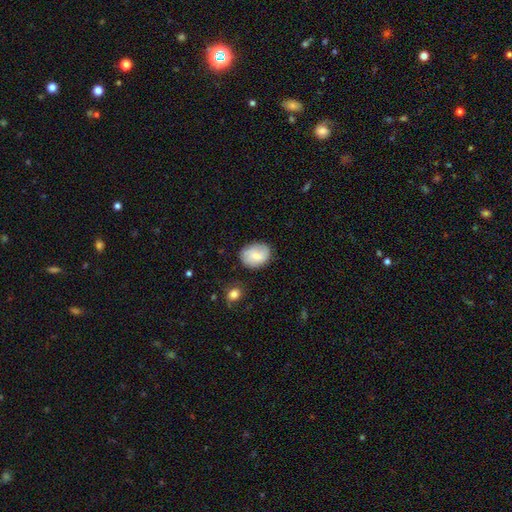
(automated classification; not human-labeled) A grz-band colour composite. It shows a smooth galaxy with no disk features (68%) that is in between round and cigar-shaped (58%). Merging: none (77%).